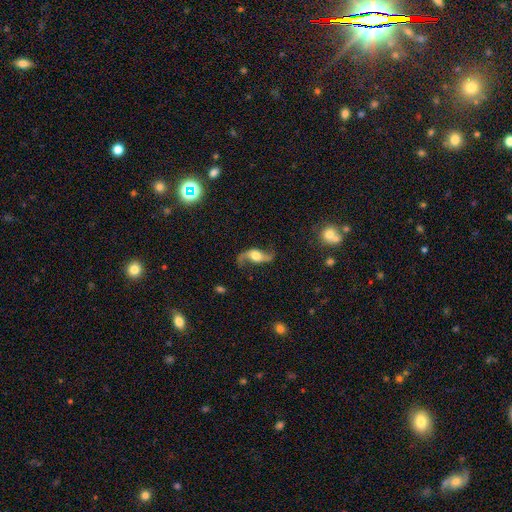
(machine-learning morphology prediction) smooth_or_featured: featured or disk (p=0.82) [alt: smooth p=0.11]
disk_edge_on: no (p=0.89) [alt: yes p=0.11]
bar: no (p=0.58) [alt: weak p=0.29]
has_spiral_arms: yes (p=0.95) [alt: no p=0.05]
spiral_winding: loose (p=0.88) [alt: medium p=0.09]
spiral_arm_count: 2 (p=0.94) [alt: 1 p=0.02]
bulge_size: moderate (p=0.49) [alt: large p=0.35]
merging: none (p=0.72) [alt: minor disturbance p=0.16]